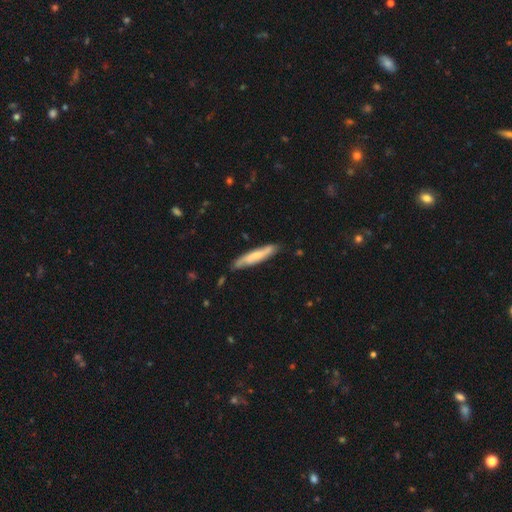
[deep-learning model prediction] Q: Smooth or featured?
A: smooth (53%); runner-up: featured or disk (42%)
Q: How rounded?
A: cigar-shaped (87%); runner-up: in between (11%)
Q: Merging?
A: none (79%); runner-up: minor disturbance (16%)